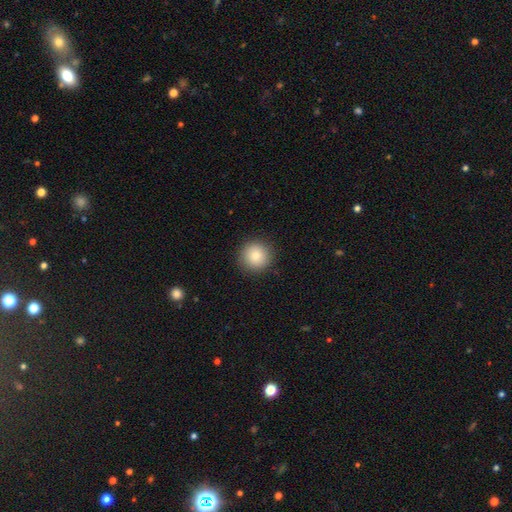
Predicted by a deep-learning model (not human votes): Smooth or featured: smooth — 82% (star or artifact — 10%)
How rounded: round — 94% (in between — 5%)
Merging: none — 91% (minor disturbance — 6%)